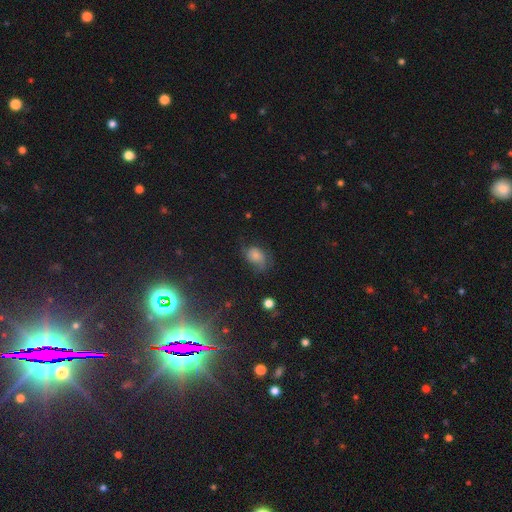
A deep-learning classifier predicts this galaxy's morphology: A smooth galaxy with no disk features (54%) that is in between round and cigar-shaped (66%). Merging: none (41%).